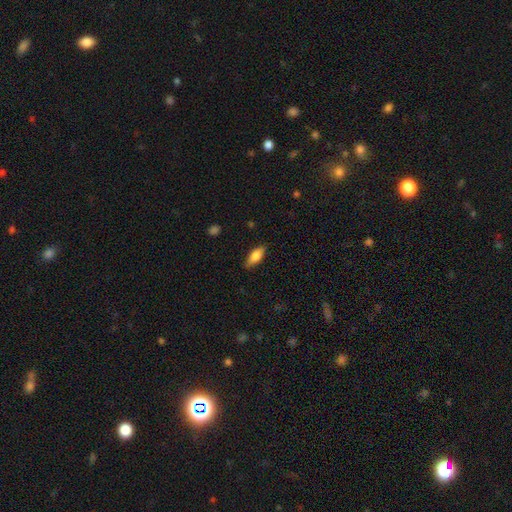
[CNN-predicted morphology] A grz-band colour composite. It shows a smooth galaxy with no disk features (79%) that is in between round and cigar-shaped (77%). Merging: none (79%).